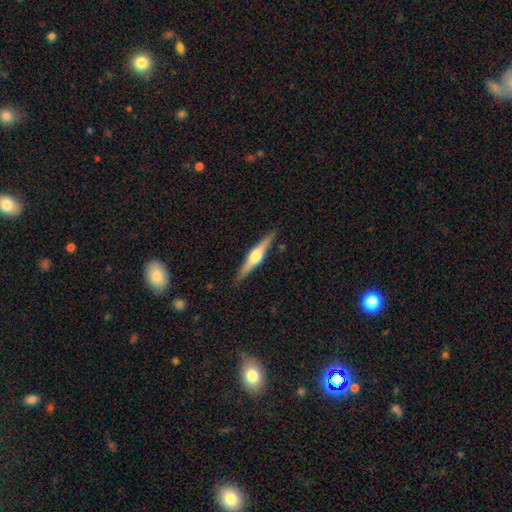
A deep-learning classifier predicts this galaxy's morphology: This is likely a featured or disk galaxy (73%). It is clearly viewed edge-on (98%). Edge-on bulge: clearly rounded (90%). Merging: clearly none (89%).